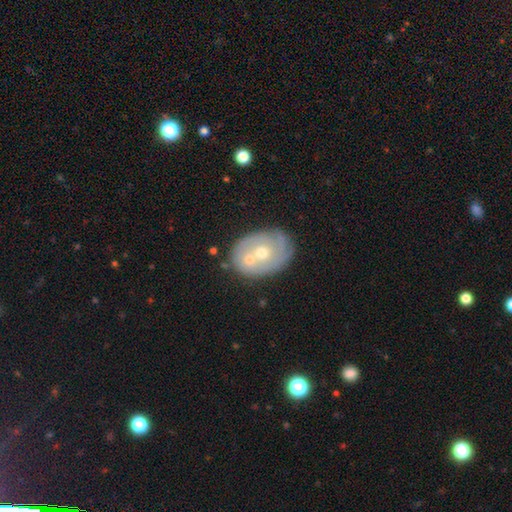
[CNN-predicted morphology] Q: Smooth or featured?
A: featured or disk (62%); runner-up: smooth (29%)
Q: Edge-on disk?
A: no (96%); runner-up: yes (4%)
Q: Bar?
A: no (83%); runner-up: weak (14%)
Q: Spiral arms?
A: yes (53%); runner-up: no (47%)
Q: Bulge size?
A: moderate (56%); runner-up: small (39%)
Q: Merging?
A: none (45%); runner-up: merger (36%)